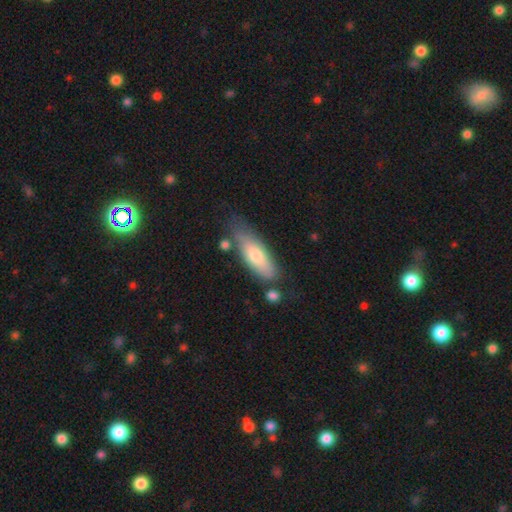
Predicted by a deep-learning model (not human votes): Smooth or featured: smooth — 66% (featured or disk — 27%)
How rounded: in between — 53% (cigar-shaped — 45%)
Merging: none — 66% (minor disturbance — 22%)